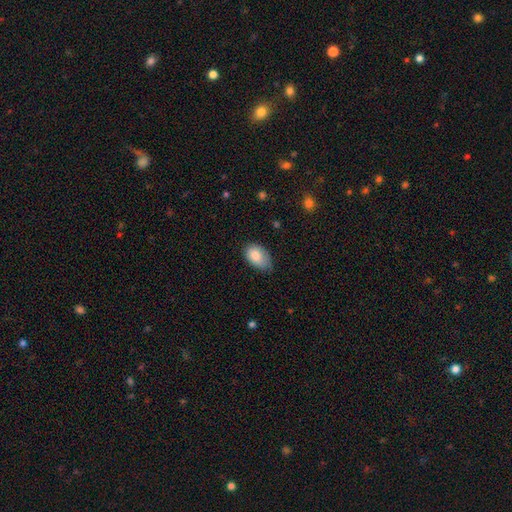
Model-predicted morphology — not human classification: A smooth galaxy with no disk features (84%) that is in between round and cigar-shaped (91%). Merging: none (54%).